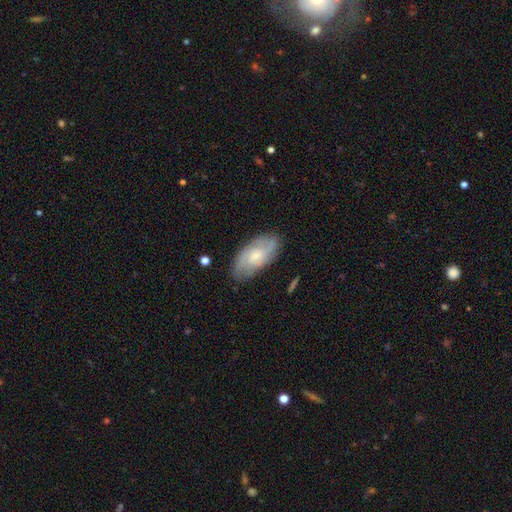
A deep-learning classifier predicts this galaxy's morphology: Smooth or featured? Predicted: featured or disk (p=0.60). Edge-on disk? Predicted: no (p=0.92). Bar? Predicted: no (p=0.67). Spiral arms? Predicted: yes (p=0.88). Bulge size? Predicted: small (p=0.57). Merging? Predicted: none (p=0.77).